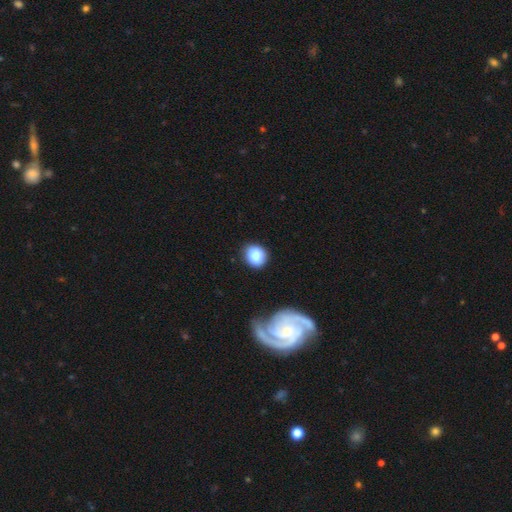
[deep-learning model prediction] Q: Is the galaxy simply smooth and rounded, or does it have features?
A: smooth — 85%.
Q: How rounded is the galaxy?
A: round — 72%.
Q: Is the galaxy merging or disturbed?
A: none — 78%.